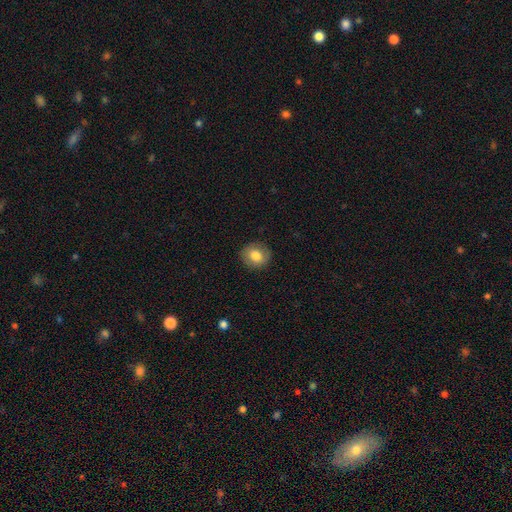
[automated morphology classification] type=smooth (79%); roundness=round (80%); merging=none (86%).